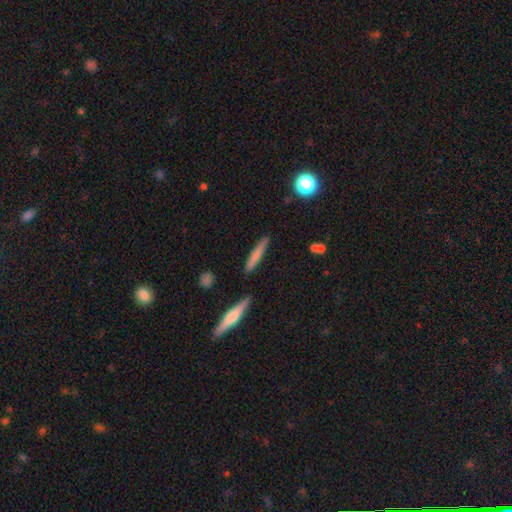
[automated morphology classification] Smooth or featured?
  - smooth: 67% *
  - featured or disk: 26%
  - star or artifact: 6%
How rounded?
  - cigar-shaped: 92% *
  - in between: 6%
  - round: 2%
Merging?
  - none: 84% *
  - minor disturbance: 10%
  - merger: 4%
  - major disturbance: 2%